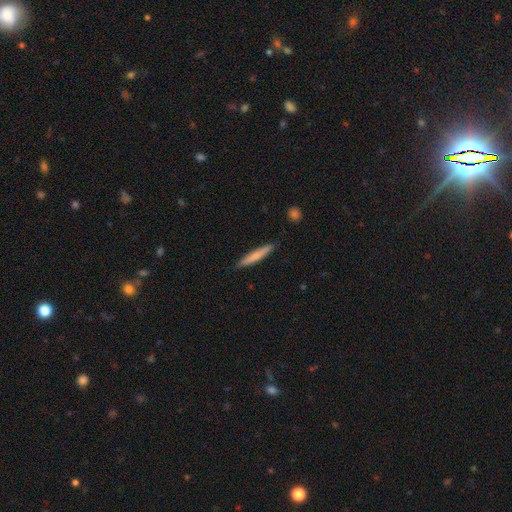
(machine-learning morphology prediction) smooth_or_featured: smooth (p=0.71) [alt: featured or disk p=0.23]
how_rounded: cigar-shaped (p=0.95) [alt: in between p=0.04]
merging: none (p=0.89) [alt: minor disturbance p=0.08]